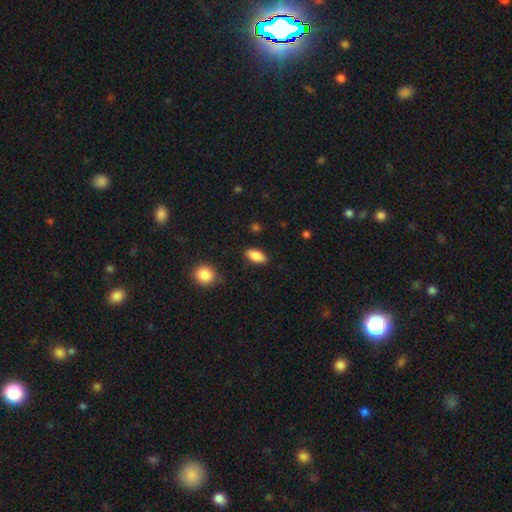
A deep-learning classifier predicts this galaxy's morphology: Smooth or featured: smooth — 87% (star or artifact — 7%)
How rounded: in between — 89% (cigar-shaped — 8%)
Merging: none — 86% (minor disturbance — 10%)